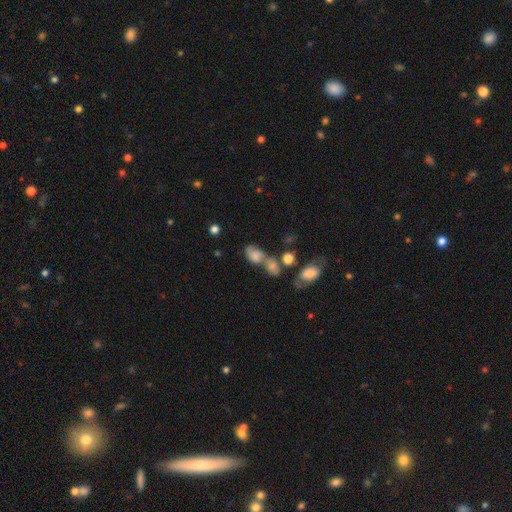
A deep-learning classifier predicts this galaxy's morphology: smooth 65%, featured or disk 22%, star or artifact 12%. Down the decision tree: how rounded — in between (78%); merging — merger (51%).